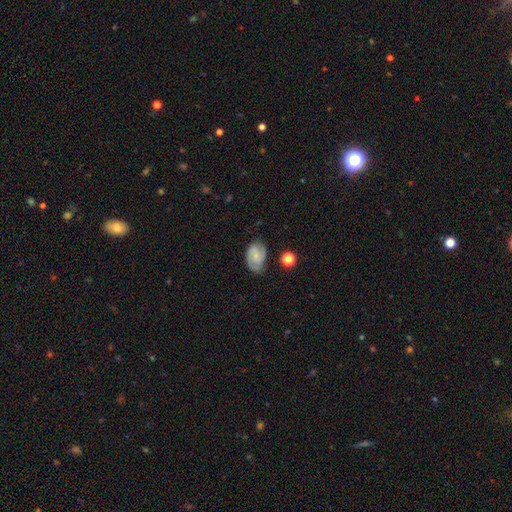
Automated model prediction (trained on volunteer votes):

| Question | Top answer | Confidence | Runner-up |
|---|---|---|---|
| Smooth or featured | featured or disk | 54% | smooth (38%) |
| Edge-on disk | no | 97% | yes (3%) |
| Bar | no | 51% | weak (41%) |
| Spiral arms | yes | 89% | no (11%) |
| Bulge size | small | 61% | none (19%) |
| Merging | none | 68% | minor disturbance (23%) |